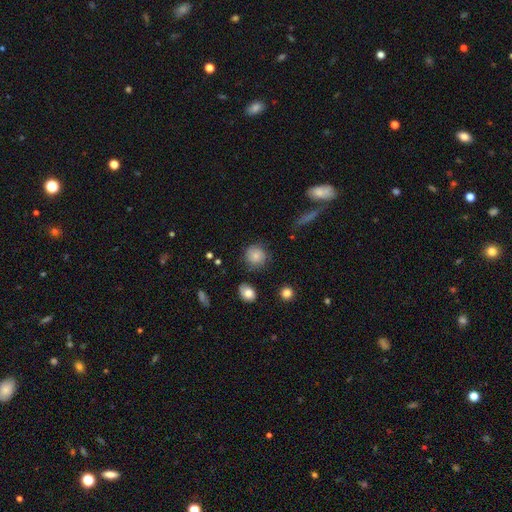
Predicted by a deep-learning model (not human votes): The model was most divided on "smooth or featured": smooth: 71%, featured or disk: 19%, star or artifact: 10%. More confident: how rounded — round (87%); merging — none (73%).